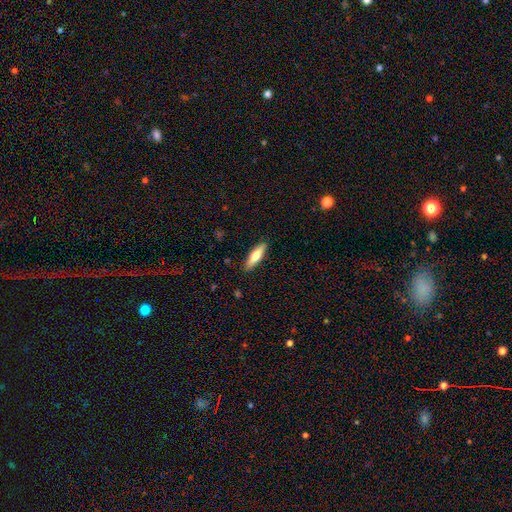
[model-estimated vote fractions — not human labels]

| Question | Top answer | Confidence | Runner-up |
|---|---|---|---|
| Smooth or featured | smooth | 70% | featured or disk (24%) |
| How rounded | cigar-shaped | 60% | in between (38%) |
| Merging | none | 89% | minor disturbance (9%) |